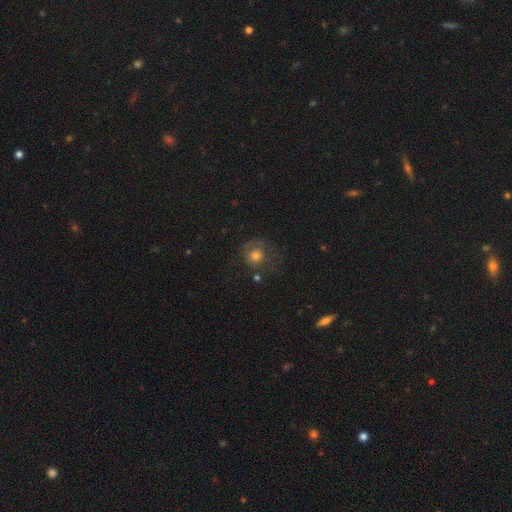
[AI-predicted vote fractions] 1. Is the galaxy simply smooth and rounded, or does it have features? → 58% smooth, 31% featured or disk, 12% star or artifact.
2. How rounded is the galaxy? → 82% round, 17% in between, 1% cigar-shaped.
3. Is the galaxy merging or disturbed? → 48% none, 28% major disturbance, 21% minor disturbance, 4% merger.